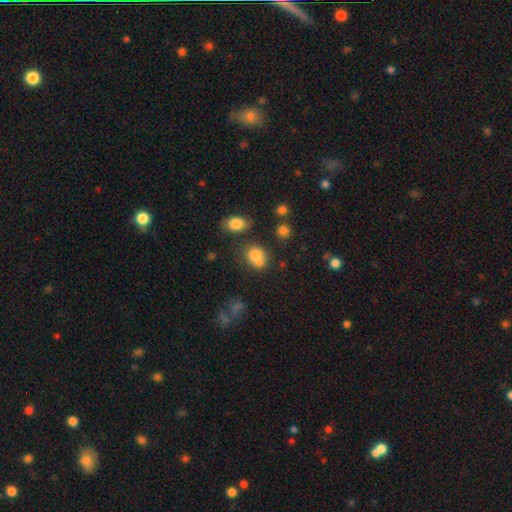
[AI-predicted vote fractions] This is likely a smooth galaxy (75%). How rounded: likely round (61%). Merging: marginally merger (42%).